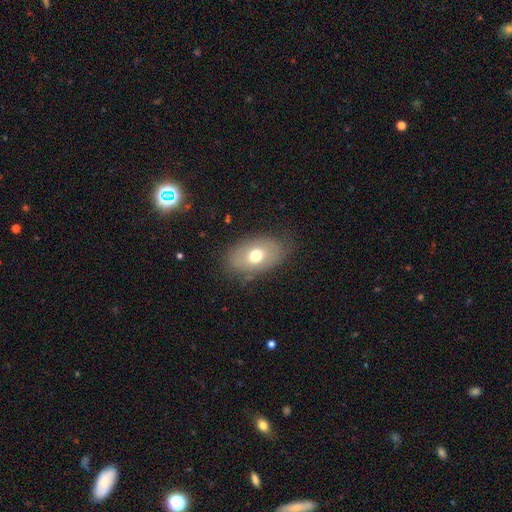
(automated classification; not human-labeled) smooth 68%, featured or disk 23%, star or artifact 9%. Down the decision tree: how rounded — in between (87%); merging — none (77%).